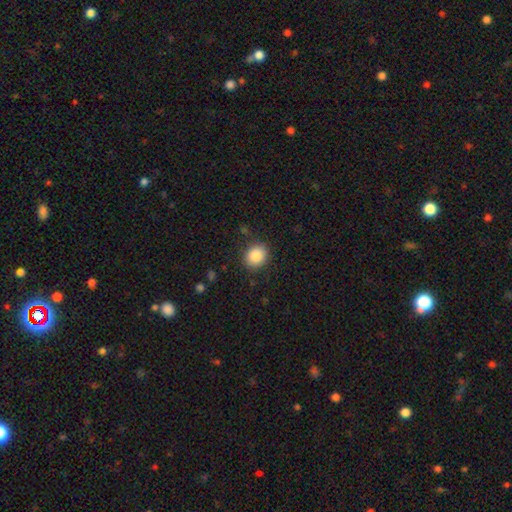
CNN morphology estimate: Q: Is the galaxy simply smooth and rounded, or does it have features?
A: smooth — 86%.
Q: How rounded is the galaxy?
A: round — 64%.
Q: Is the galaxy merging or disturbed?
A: none — 87%.